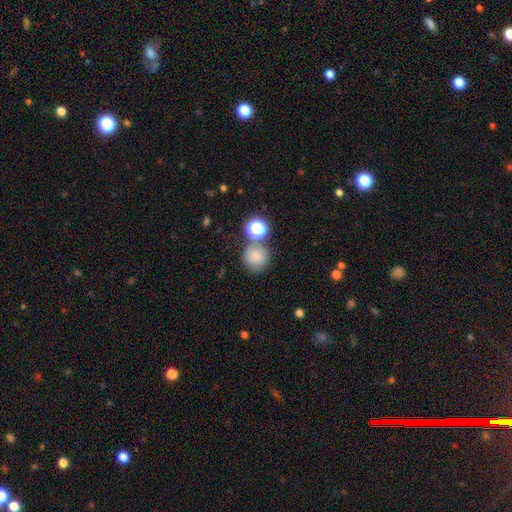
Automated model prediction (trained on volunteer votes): smooth_or_featured: smooth (p=0.78) [alt: star or artifact p=0.15]
how_rounded: round (p=0.91) [alt: in between p=0.08]
merging: none (p=0.66) [alt: merger p=0.18]